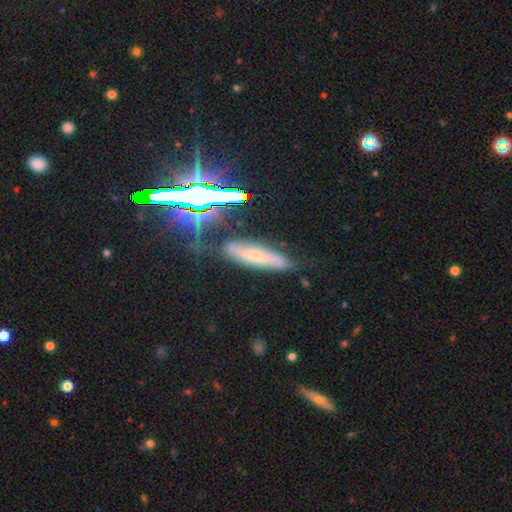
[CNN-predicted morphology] smooth-or-featured: smooth: 43% | featured or disk: 36% | star or artifact: 21%
  merging: none: 73% | minor disturbance: 17% | major disturbance: 5% | merger: 4%